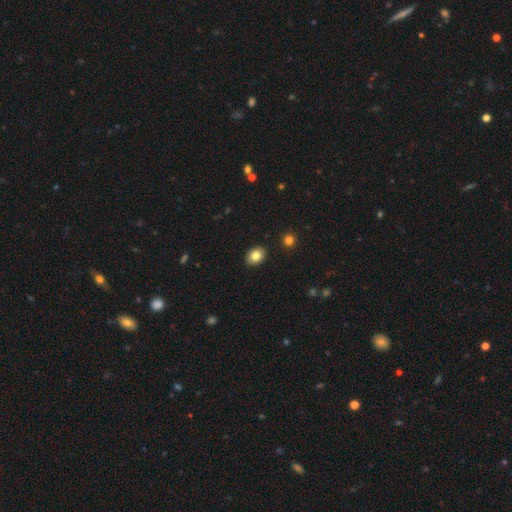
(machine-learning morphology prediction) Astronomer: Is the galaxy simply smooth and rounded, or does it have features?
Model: smooth — 81%.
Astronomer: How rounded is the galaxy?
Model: in between — 61% (runner-up: round, 38%).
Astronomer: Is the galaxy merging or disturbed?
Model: none — 90%.